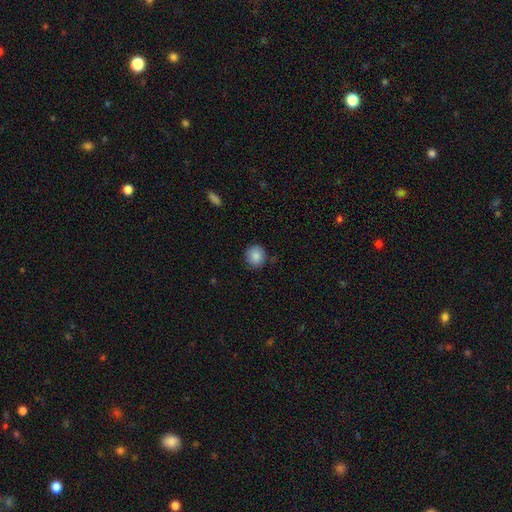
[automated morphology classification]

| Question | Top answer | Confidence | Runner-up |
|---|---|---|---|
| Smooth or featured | smooth | 87% | star or artifact (9%) |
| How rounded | round | 88% | in between (11%) |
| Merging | none | 86% | minor disturbance (10%) |